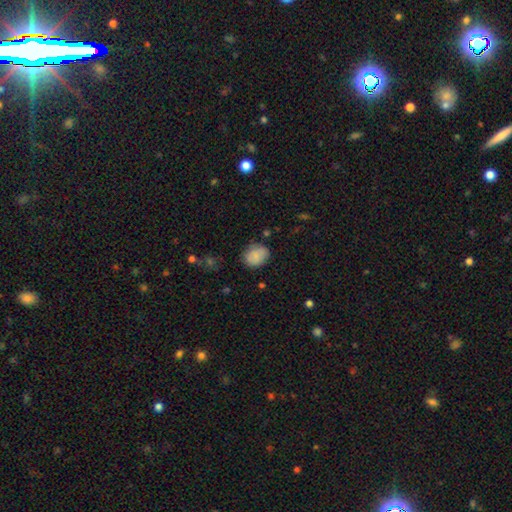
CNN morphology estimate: The model was most divided on "how rounded": in between: 50%, round: 49%, cigar-shaped: 1%. More confident: smooth or featured — smooth (82%); merging — none (73%).